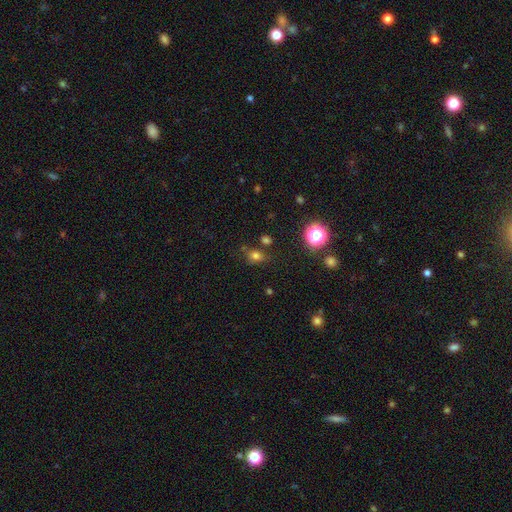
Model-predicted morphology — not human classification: smooth-or-featured: smooth: 70% | star or artifact: 22% | featured or disk: 8%
  how-rounded: round: 55% | in between: 43% | cigar-shaped: 2%
  merging: none: 68% | minor disturbance: 18% | merger: 9% | major disturbance: 6%